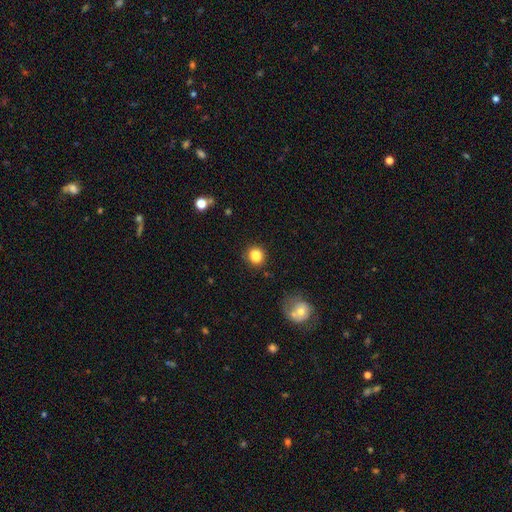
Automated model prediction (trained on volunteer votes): smooth_or_featured: smooth (p=0.84) [alt: star or artifact p=0.11]
how_rounded: round (p=0.86) [alt: in between p=0.13]
merging: none (p=0.87) [alt: minor disturbance p=0.08]